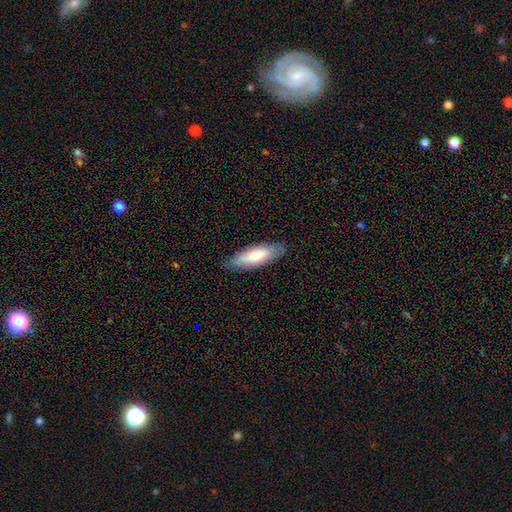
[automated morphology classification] smooth_or_featured: smooth (p=0.73) [alt: featured or disk p=0.21]
how_rounded: in between (p=0.54) [alt: cigar-shaped p=0.44]
merging: none (p=0.84) [alt: minor disturbance p=0.12]